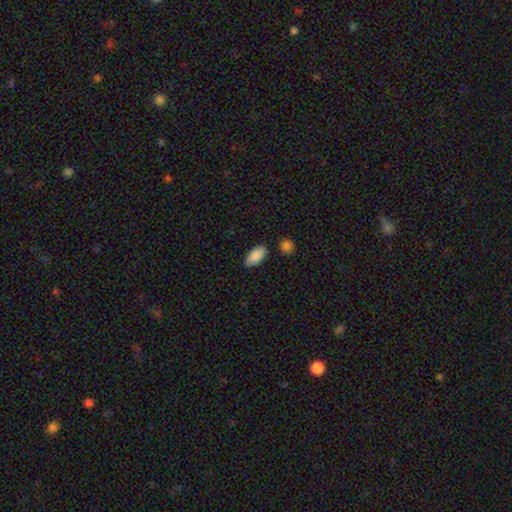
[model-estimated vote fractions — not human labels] A smooth galaxy with no disk features (89%) that is in between round and cigar-shaped (92%). Merging: none (81%).